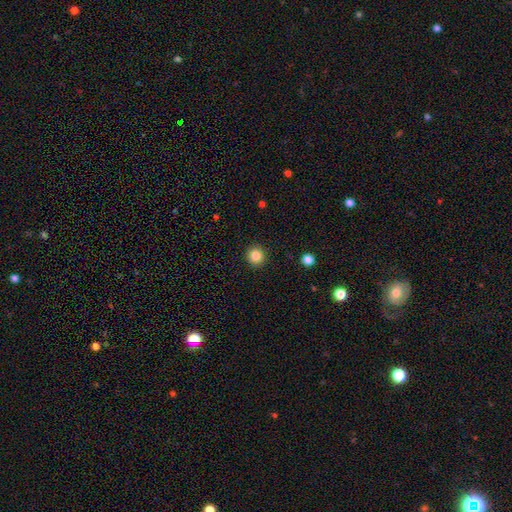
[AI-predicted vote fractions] Smooth or featured? smooth (84%)
How rounded? round (94%)
Merging? none (93%)